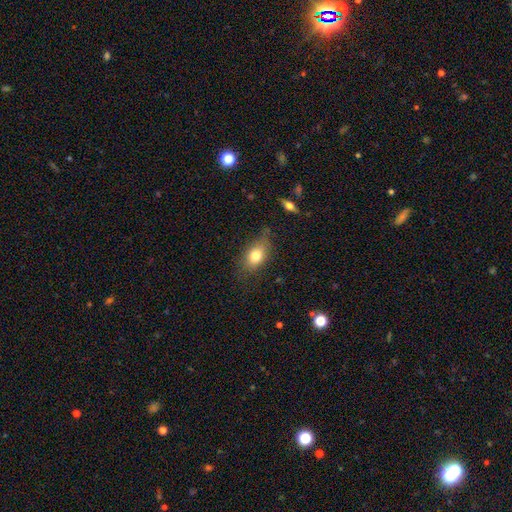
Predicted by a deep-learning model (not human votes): This appears to be a smooth galaxy with no disk features (76%) that is in between round and cigar-shaped (76%). Merging: none (66%).